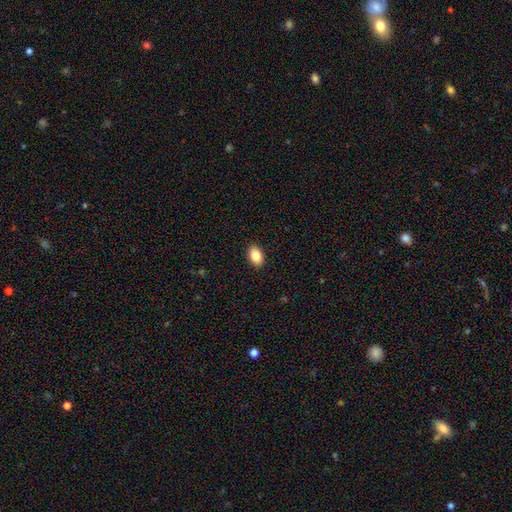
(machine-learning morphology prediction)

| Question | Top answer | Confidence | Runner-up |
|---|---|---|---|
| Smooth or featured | smooth | 86% | star or artifact (8%) |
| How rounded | in between | 89% | round (10%) |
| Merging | none | 90% | minor disturbance (8%) |